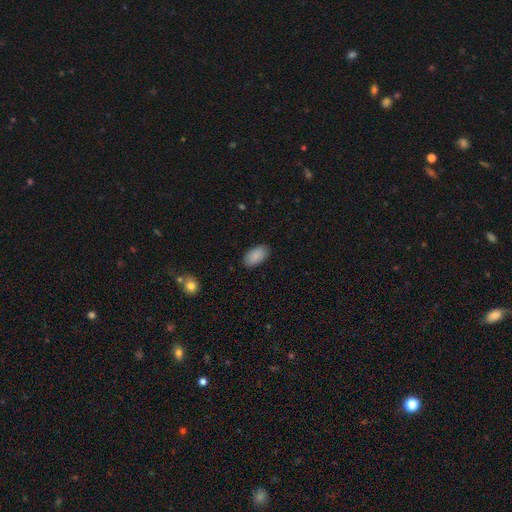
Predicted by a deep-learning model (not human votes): smooth 89%, star or artifact 7%, featured or disk 4%. Down the decision tree: how rounded — in between (95%); merging — none (88%).